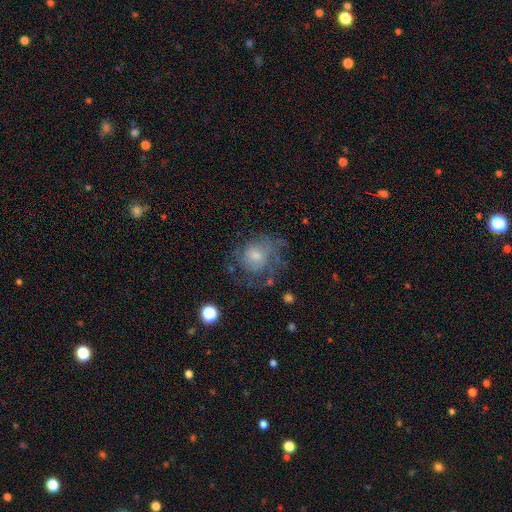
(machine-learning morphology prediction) smooth_or_featured: featured or disk (p=0.52) [alt: smooth p=0.35]
disk_edge_on: no (p=0.97) [alt: yes p=0.03]
bar: no (p=0.81) [alt: weak p=0.17]
has_spiral_arms: yes (p=0.59) [alt: no p=0.41]
bulge_size: moderate (p=0.47) [alt: small p=0.38]
merging: none (p=0.54) [alt: major disturbance p=0.23]